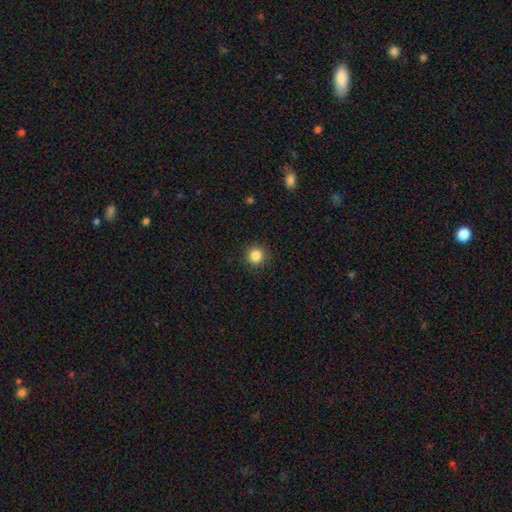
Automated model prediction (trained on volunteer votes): Smooth or featured? Predicted: smooth (p=0.85). How rounded? Predicted: round (p=0.95). Merging? Predicted: none (p=0.92).